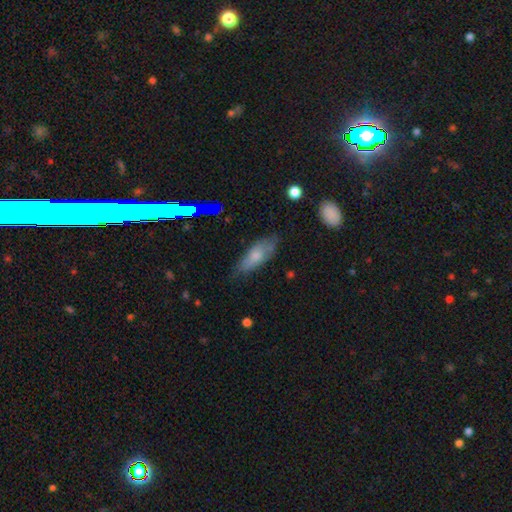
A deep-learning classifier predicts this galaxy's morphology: The model was most divided on "how rounded": in between: 68%, cigar-shaped: 29%, round: 3%. More confident: merging — none (69%); smooth or featured — smooth (68%).